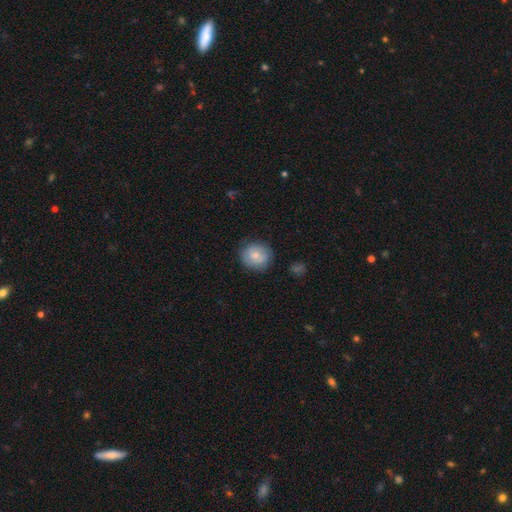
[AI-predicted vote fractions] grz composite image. It shows a smooth galaxy with no disk features (73%) that is round (86%). Merging: none (80%).